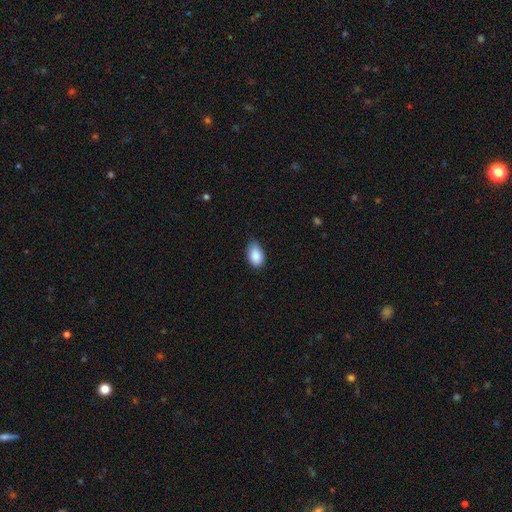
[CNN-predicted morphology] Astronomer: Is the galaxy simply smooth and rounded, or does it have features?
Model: smooth — 89%.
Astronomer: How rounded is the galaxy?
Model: in between — 91%.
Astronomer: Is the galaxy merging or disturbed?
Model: none — 65%.